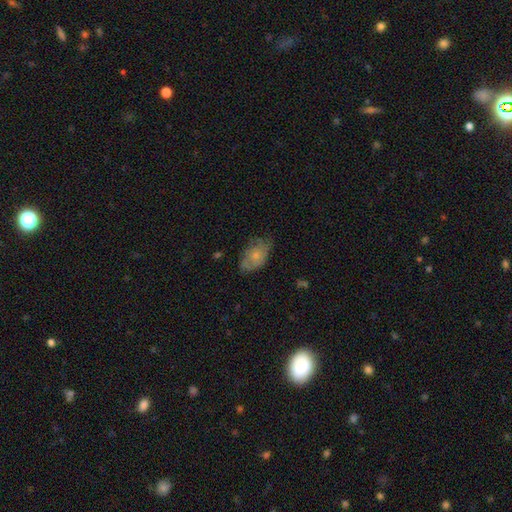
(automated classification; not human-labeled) Q: Smooth or featured?
A: smooth (60%); runner-up: featured or disk (32%)
Q: How rounded?
A: in between (90%); runner-up: round (8%)
Q: Merging?
A: none (55%); runner-up: minor disturbance (32%)